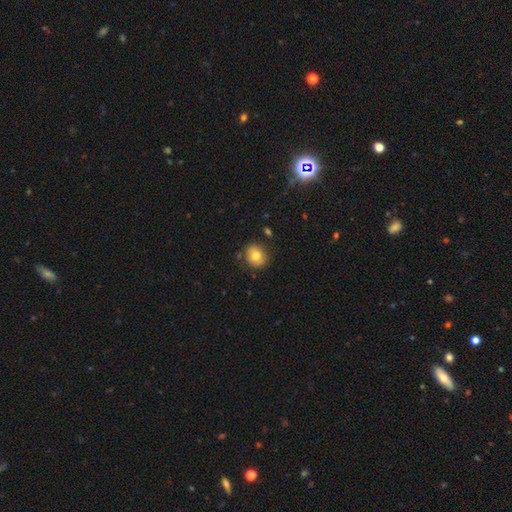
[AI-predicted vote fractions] Smooth or featured?
  - smooth: 76% *
  - featured or disk: 14%
  - star or artifact: 10%
How rounded?
  - round: 76% *
  - in between: 23%
  - cigar-shaped: 1%
Merging?
  - none: 83% *
  - minor disturbance: 12%
  - major disturbance: 3%
  - merger: 3%